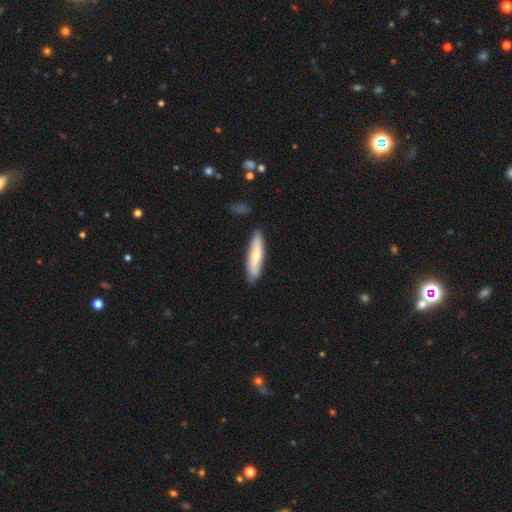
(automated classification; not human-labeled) This is possibly a smooth galaxy (55%). How rounded: likely cigar-shaped (72%). Merging: clearly none (85%).